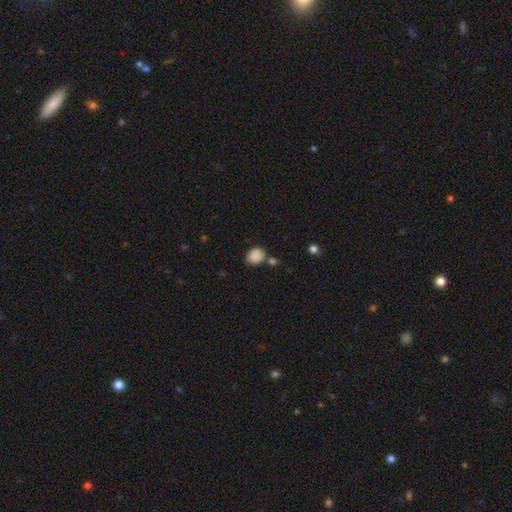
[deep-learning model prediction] smooth 87%, star or artifact 9%, featured or disk 4%. Down the decision tree: how rounded — round (70%); merging — none (67%).